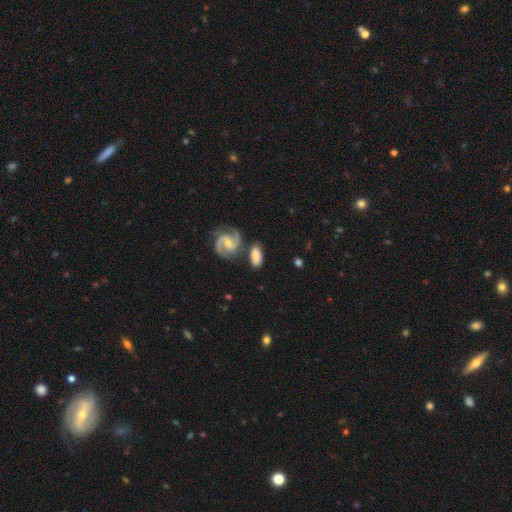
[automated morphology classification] Smooth or featured?
  - smooth: 48% *
  - featured or disk: 45%
  - star or artifact: 7%
Merging?
  - none: 65% *
  - merger: 15%
  - minor disturbance: 15%
  - major disturbance: 5%